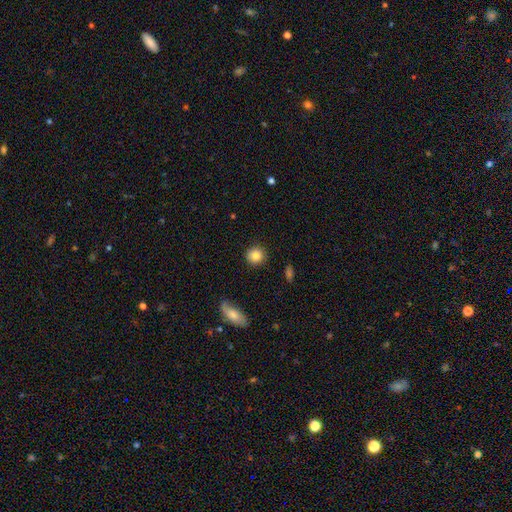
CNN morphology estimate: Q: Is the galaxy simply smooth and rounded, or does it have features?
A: smooth — 85%.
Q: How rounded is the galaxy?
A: round — 90%.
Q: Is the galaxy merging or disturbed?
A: none — 90%.